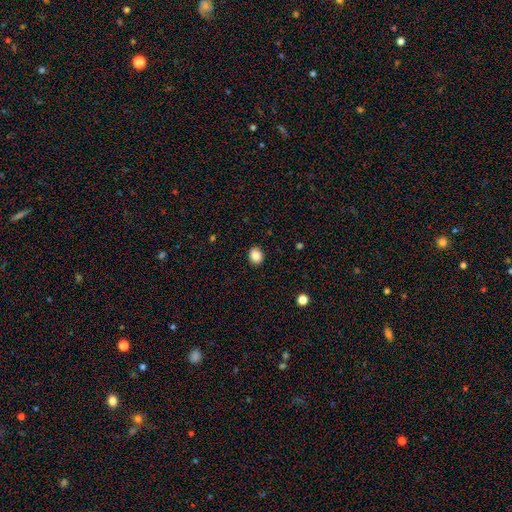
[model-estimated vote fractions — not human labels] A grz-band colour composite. It shows a smooth galaxy with no disk features (86%) that is round (61%). Merging: none (91%).